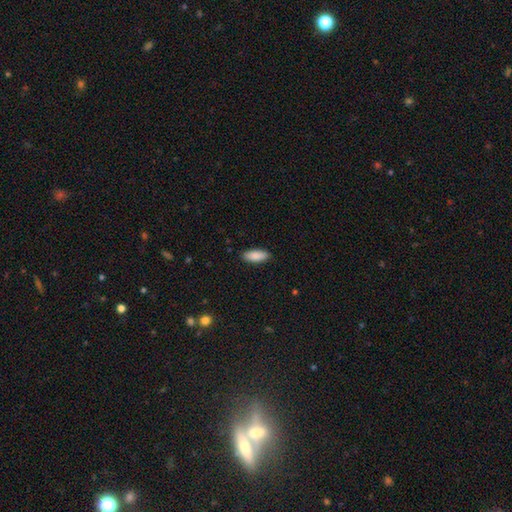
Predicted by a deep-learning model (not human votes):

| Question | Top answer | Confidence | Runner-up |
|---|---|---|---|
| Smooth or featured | smooth | 89% | star or artifact (6%) |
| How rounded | in between | 72% | cigar-shaped (26%) |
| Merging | none | 89% | minor disturbance (8%) |